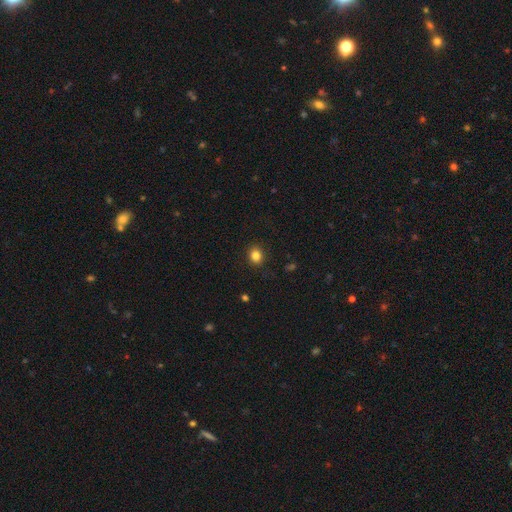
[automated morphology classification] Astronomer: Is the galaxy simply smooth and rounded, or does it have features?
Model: smooth — 83%.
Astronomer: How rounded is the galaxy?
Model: round — 69%.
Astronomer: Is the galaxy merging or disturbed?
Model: none — 89%.